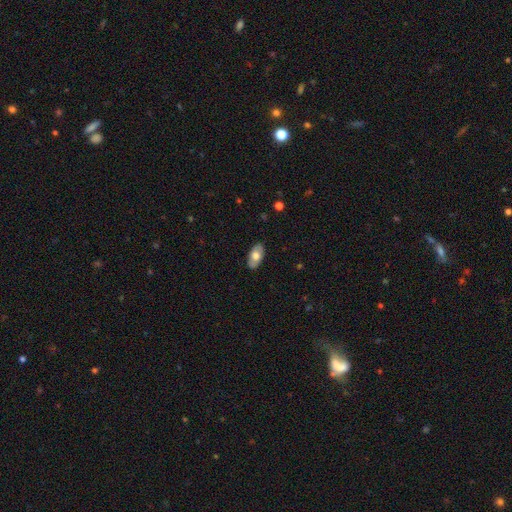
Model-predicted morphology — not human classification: Smooth or featured?
  - smooth: 64% *
  - featured or disk: 30%
  - star or artifact: 6%
How rounded?
  - in between: 94% *
  - round: 3%
  - cigar-shaped: 3%
Merging?
  - none: 85% *
  - minor disturbance: 11%
  - major disturbance: 2%
  - merger: 1%